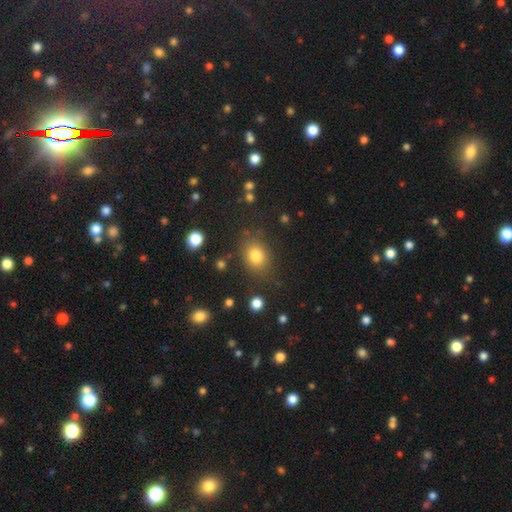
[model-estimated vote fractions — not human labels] smooth 80%, star or artifact 12%, featured or disk 8%. Down the decision tree: how rounded — in between (56%); merging — none (78%).